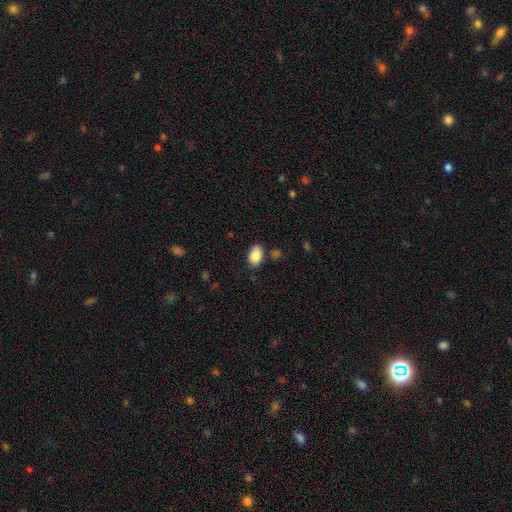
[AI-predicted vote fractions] The model was most divided on "merging": none: 77%, minor disturbance: 16%, merger: 4%, major disturbance: 3%. More confident: smooth or featured — smooth (85%); how rounded — in between (84%).